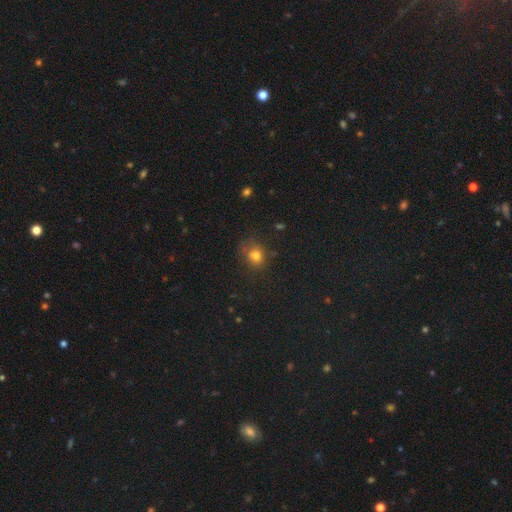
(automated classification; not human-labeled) Overall: smooth (75%). How rounded: round (64%; in between 35%). Merging: none (60%; minor disturbance 23%).